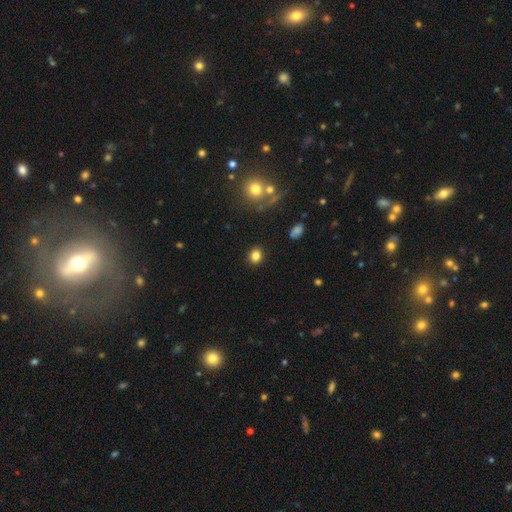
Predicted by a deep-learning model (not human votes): Smooth or featured?
  - smooth: 83% *
  - star or artifact: 12%
  - featured or disk: 6%
How rounded?
  - round: 68% *
  - in between: 31%
  - cigar-shaped: 1%
Merging?
  - none: 88% *
  - minor disturbance: 7%
  - major disturbance: 3%
  - merger: 2%